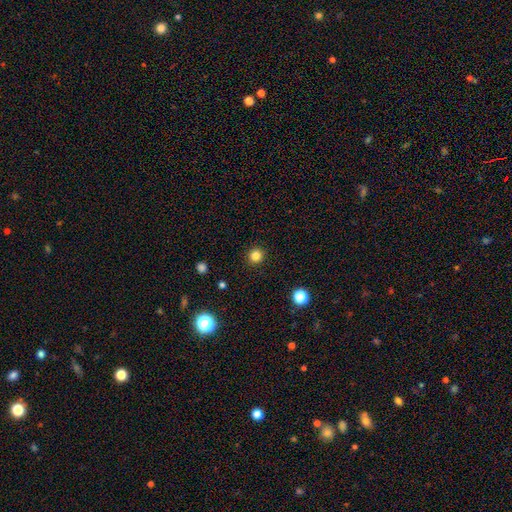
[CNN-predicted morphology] smooth-or-featured: smooth: 82% | star or artifact: 13% | featured or disk: 5%
  how-rounded: round: 94% | in between: 5% | cigar-shaped: 1%
  merging: none: 92% | minor disturbance: 5% | major disturbance: 2% | merger: 1%